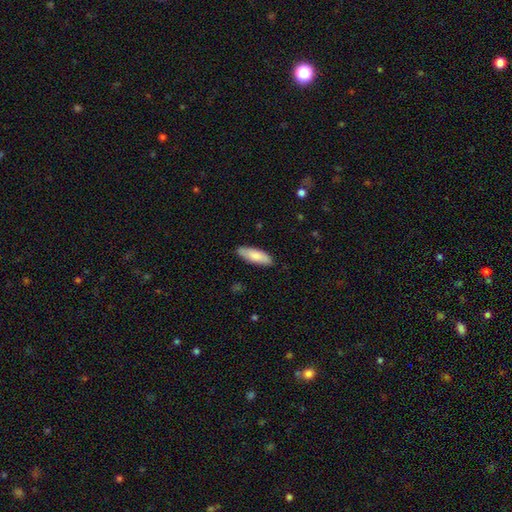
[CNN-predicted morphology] smooth 82%, featured or disk 13%, star or artifact 5%. Down the decision tree: how rounded — in between (61%); merging — none (86%).